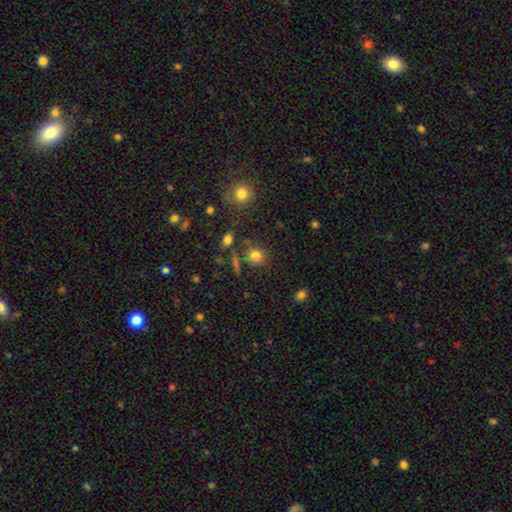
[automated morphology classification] A smooth galaxy with no disk features (78%) that is round (72%).

Vote fractions:
- Smooth or featured? smooth: 78% / star or artifact: 13% / featured or disk: 9%
- How rounded? round: 72% / in between: 26% / cigar-shaped: 1%
- Merging? none: 75% / minor disturbance: 12% / merger: 8% / major disturbance: 4%